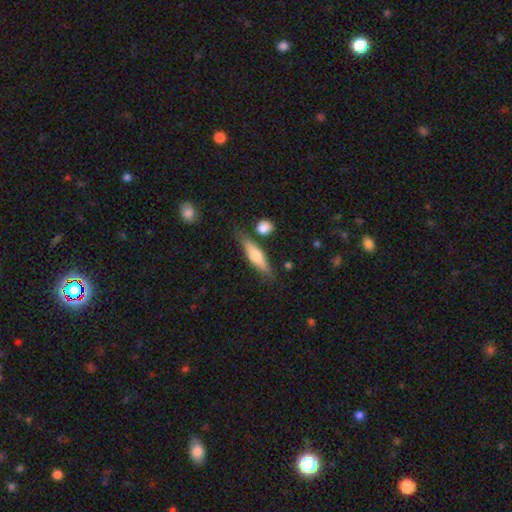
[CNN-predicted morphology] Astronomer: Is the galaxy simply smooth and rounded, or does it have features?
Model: smooth — 50% (runner-up: featured or disk, 44%).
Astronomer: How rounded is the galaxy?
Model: cigar-shaped — 66%.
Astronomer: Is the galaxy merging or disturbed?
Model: none — 74%.